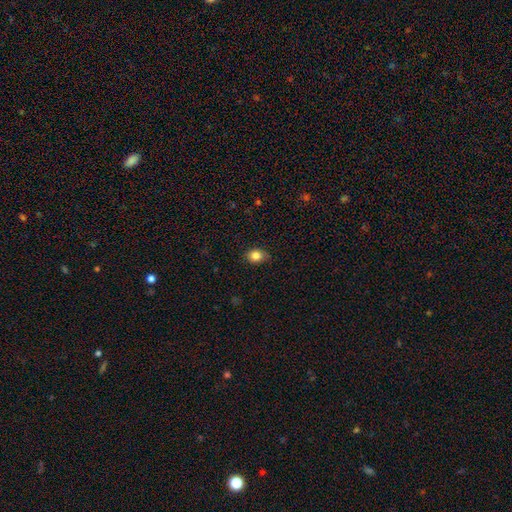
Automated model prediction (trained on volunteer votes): Smooth or featured?
  - smooth: 83% *
  - star or artifact: 10%
  - featured or disk: 6%
How rounded?
  - round: 53% *
  - in between: 46%
  - cigar-shaped: 1%
Merging?
  - none: 79% *
  - minor disturbance: 18%
  - major disturbance: 3%
  - merger: 1%